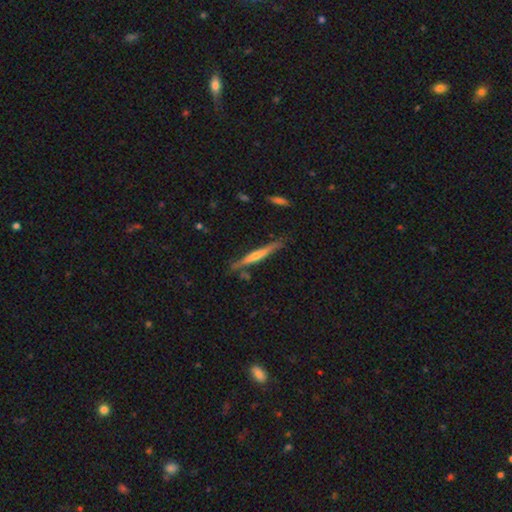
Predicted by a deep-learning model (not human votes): smooth_or_featured: featured or disk (p=0.64) [alt: smooth p=0.29]
disk_edge_on: yes (p=0.97) [alt: no p=0.03]
edge_on_bulge: rounded (p=0.58) [alt: none p=0.33]
merging: none (p=0.83) [alt: minor disturbance p=0.12]